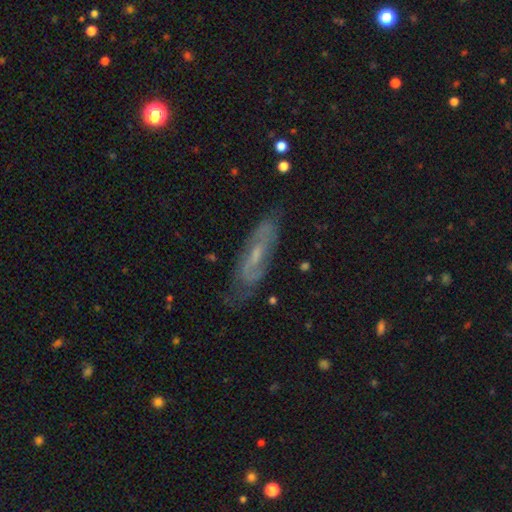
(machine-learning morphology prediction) Overall: featured or disk (68%). Edge-on disk: no (74%). Merging: none (74%).